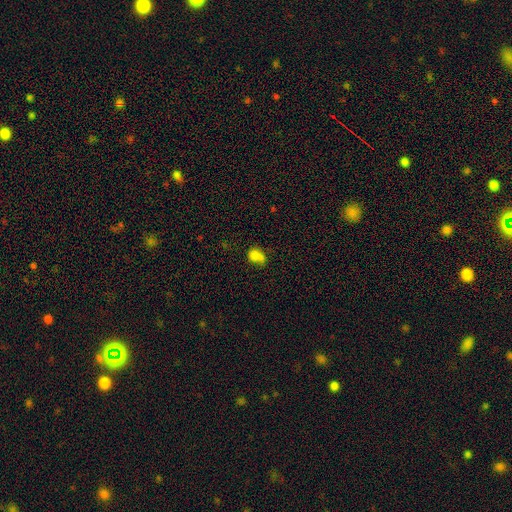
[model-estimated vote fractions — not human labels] smooth 76%, star or artifact 12%, featured or disk 12%. Down the decision tree: how rounded — in between (60%); merging — none (34%).